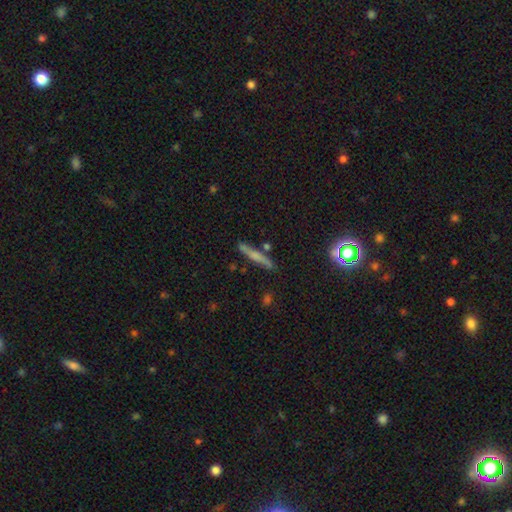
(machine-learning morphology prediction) Smooth or featured?
  - smooth: 50% *
  - featured or disk: 40%
  - star or artifact: 10%
Merging?
  - none: 81% *
  - minor disturbance: 12%
  - merger: 4%
  - major disturbance: 3%